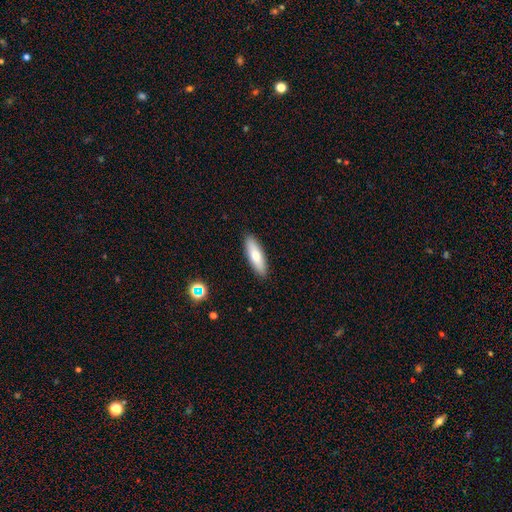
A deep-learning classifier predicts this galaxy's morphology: Smooth or featured? Predicted: smooth (p=0.68). How rounded? Predicted: in between (p=0.51). Merging? Predicted: none (p=0.90).